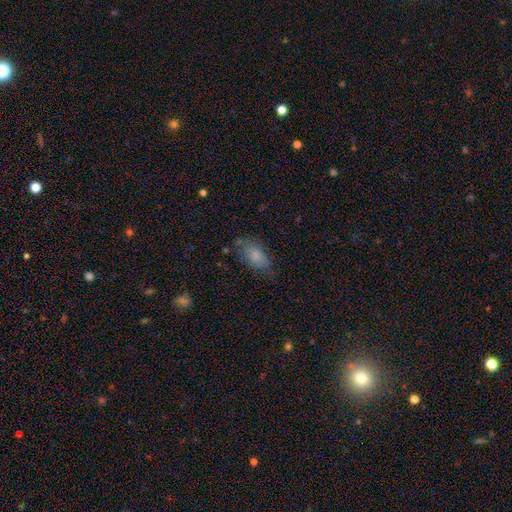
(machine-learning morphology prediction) smooth 79%, featured or disk 13%, star or artifact 9%. Down the decision tree: how rounded — in between (90%); merging — none (62%).